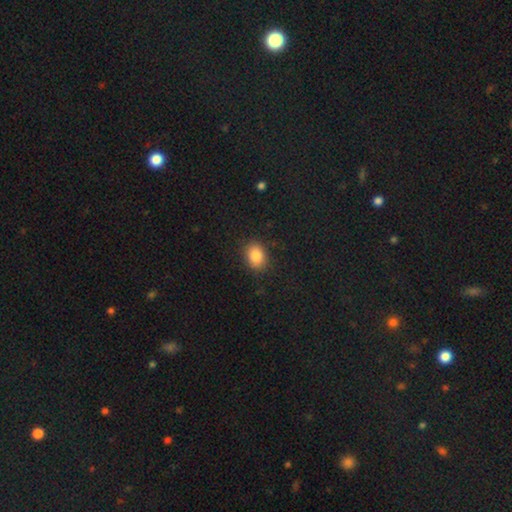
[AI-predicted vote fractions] smooth 85%, star or artifact 9%, featured or disk 5%. Down the decision tree: how rounded — in between (62%); merging — none (87%).